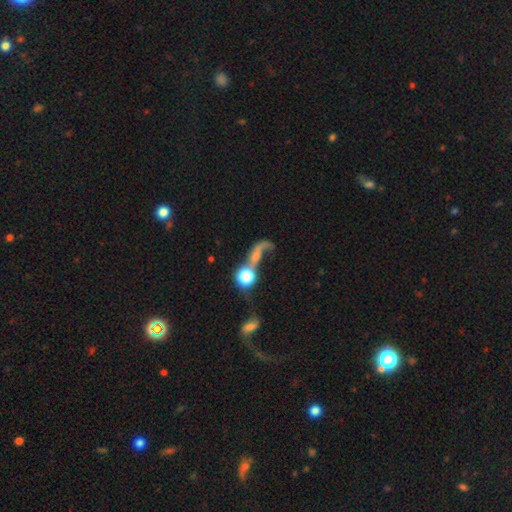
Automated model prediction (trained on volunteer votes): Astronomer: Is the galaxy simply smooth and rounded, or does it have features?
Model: smooth — 43% (runner-up: featured or disk, 41%).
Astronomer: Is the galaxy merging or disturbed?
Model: merger — 35% (runner-up: major disturbance, 33%).